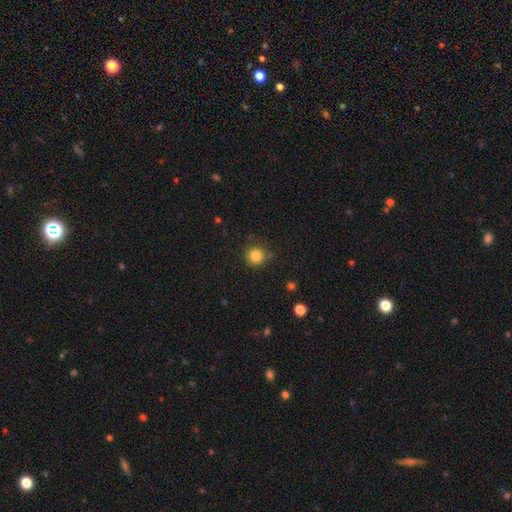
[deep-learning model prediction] smooth_or_featured: smooth (p=0.84) [alt: star or artifact p=0.12]
how_rounded: round (p=0.94) [alt: in between p=0.05]
merging: none (p=0.83) [alt: minor disturbance p=0.11]